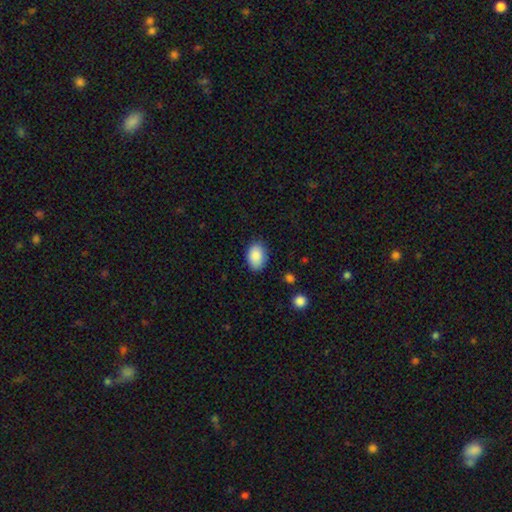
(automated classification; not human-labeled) A smooth galaxy with no disk features (89%) that is in between round and cigar-shaped (84%).

Vote fractions:
- Smooth or featured? smooth: 89% / star or artifact: 7% / featured or disk: 4%
- How rounded? in between: 84% / round: 15% / cigar-shaped: 1%
- Merging? none: 82% / minor disturbance: 14% / major disturbance: 3% / merger: 1%